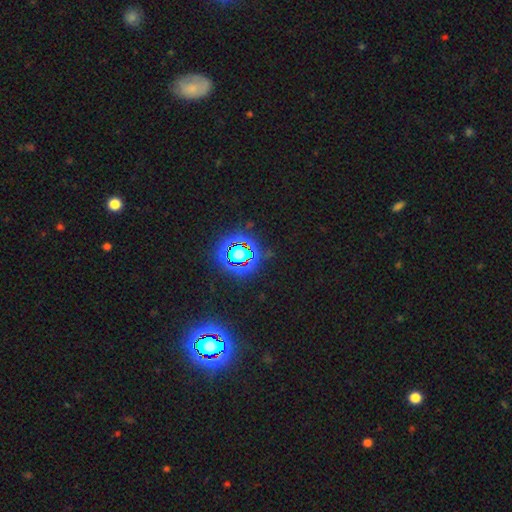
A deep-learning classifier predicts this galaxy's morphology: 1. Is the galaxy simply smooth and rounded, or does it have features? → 81% star or artifact, 12% smooth, 7% featured or disk.